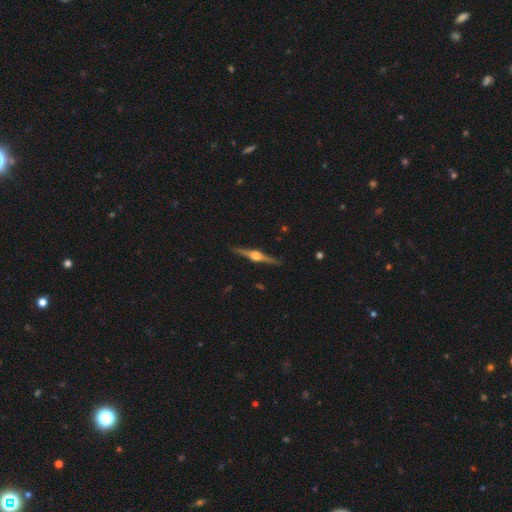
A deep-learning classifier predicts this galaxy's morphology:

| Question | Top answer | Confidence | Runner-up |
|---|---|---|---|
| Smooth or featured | featured or disk | 87% | smooth (8%) |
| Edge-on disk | yes | 99% | no (1%) |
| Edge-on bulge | rounded | 95% | boxy (4%) |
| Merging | none | 91% | minor disturbance (6%) |